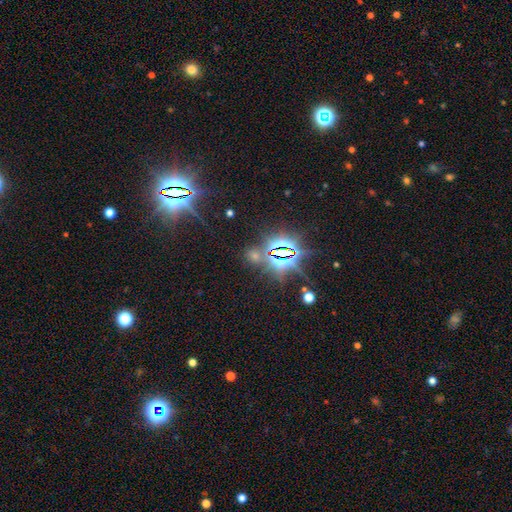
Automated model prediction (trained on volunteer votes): A star or artifact, not a galaxy (81%).

Vote fractions:
- Smooth or featured? star or artifact: 81% / smooth: 11% / featured or disk: 8%